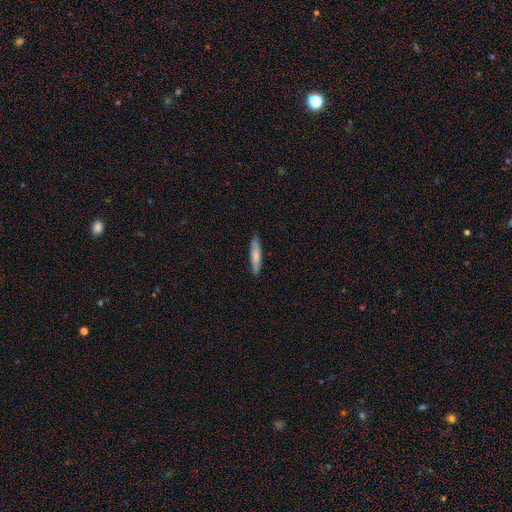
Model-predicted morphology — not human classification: type=smooth (76%); roundness=cigar-shaped (81%); merging=none (87%).